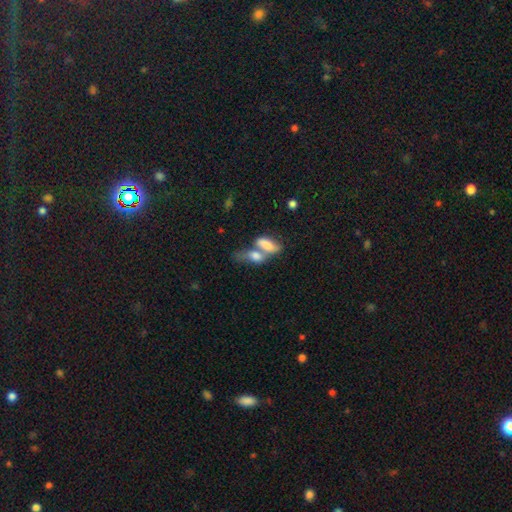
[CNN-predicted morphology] Smooth or featured? smooth (72%)
How rounded? in between (79%)
Merging? merger (69%)